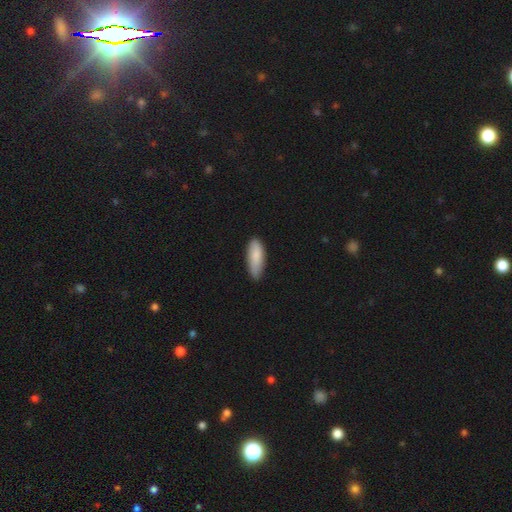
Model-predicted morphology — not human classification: smooth 85%, featured or disk 9%, star or artifact 6%. Down the decision tree: how rounded — in between (73%); merging — none (69%).